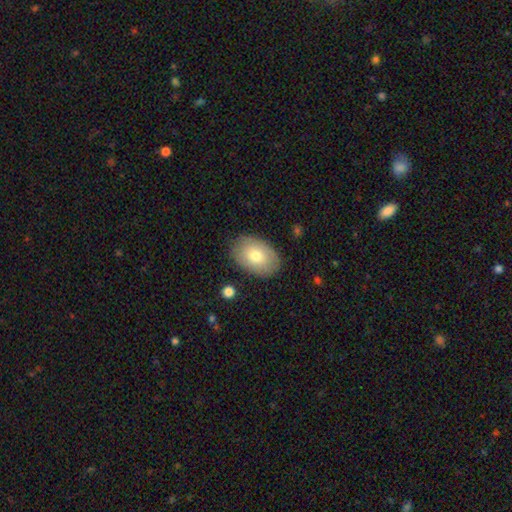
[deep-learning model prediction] Smooth or featured? Predicted: smooth (p=0.74). How rounded? Predicted: in between (p=0.88). Merging? Predicted: none (p=0.84).